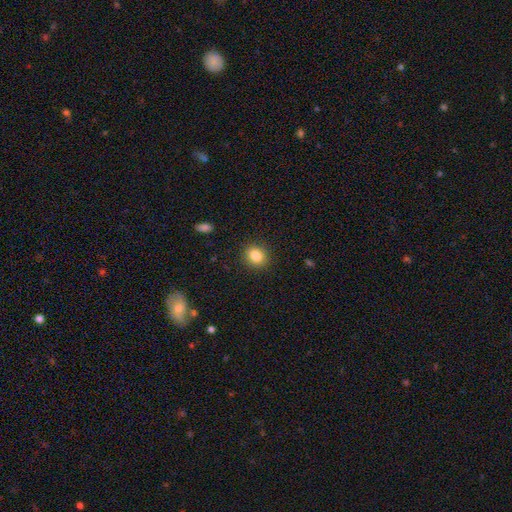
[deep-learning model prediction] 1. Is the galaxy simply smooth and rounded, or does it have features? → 86% smooth, 10% star or artifact, 5% featured or disk.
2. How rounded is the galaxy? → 67% round, 32% in between, 1% cigar-shaped.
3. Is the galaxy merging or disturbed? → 89% none, 7% minor disturbance, 3% major disturbance, 1% merger.